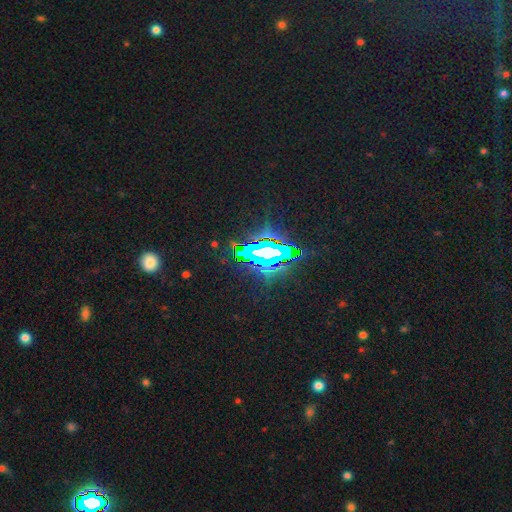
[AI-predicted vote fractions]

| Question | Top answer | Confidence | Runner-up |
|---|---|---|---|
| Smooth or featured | star or artifact | 75% | featured or disk (13%) |